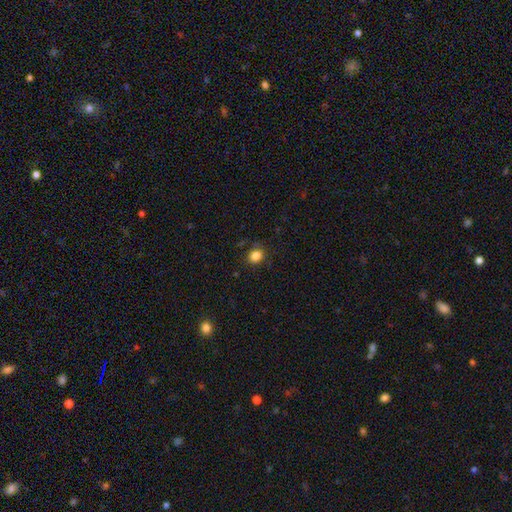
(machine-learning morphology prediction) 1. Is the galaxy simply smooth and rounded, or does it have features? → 85% smooth, 11% star or artifact, 4% featured or disk.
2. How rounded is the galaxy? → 62% round, 37% in between, 1% cigar-shaped.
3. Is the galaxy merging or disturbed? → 80% none, 14% minor disturbance, 4% major disturbance, 2% merger.